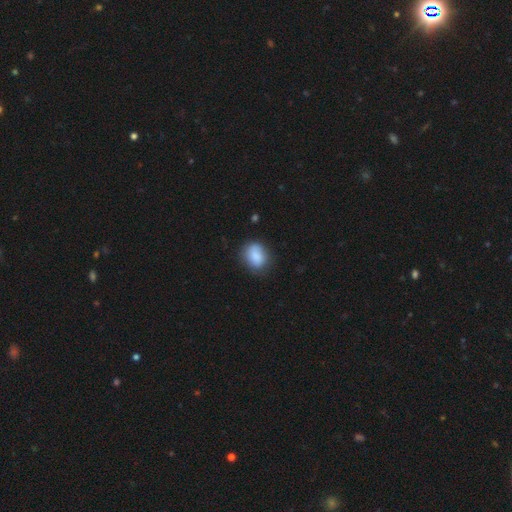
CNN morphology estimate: The model was most divided on "how rounded": in between: 59%, round: 39%, cigar-shaped: 1%. More confident: smooth or featured — smooth (85%); merging — none (71%).